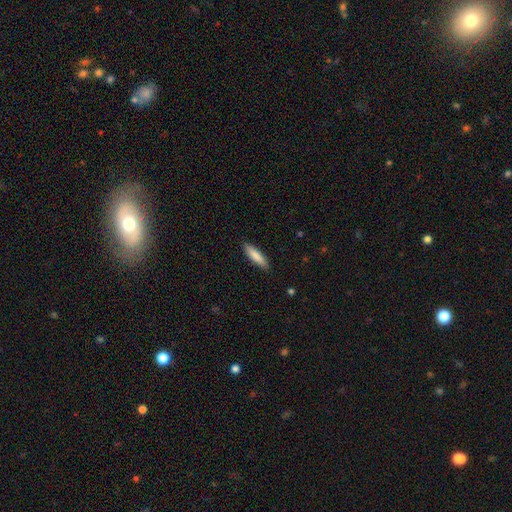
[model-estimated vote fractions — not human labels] This is clearly a smooth galaxy (84%). How rounded: likely cigar-shaped (72%). Merging: clearly none (89%).